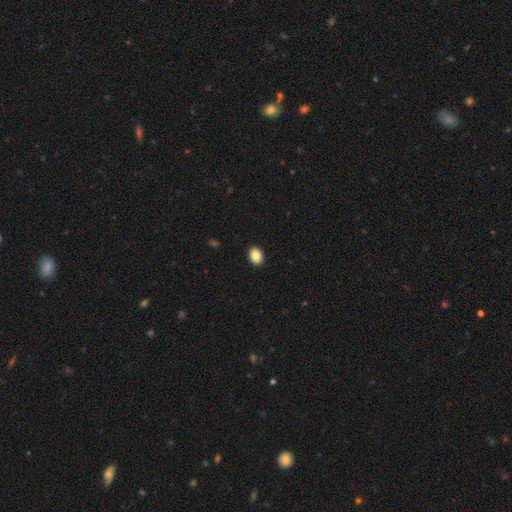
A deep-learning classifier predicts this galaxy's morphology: smooth 88%, star or artifact 8%, featured or disk 4%. Down the decision tree: how rounded — in between (76%); merging — none (92%).